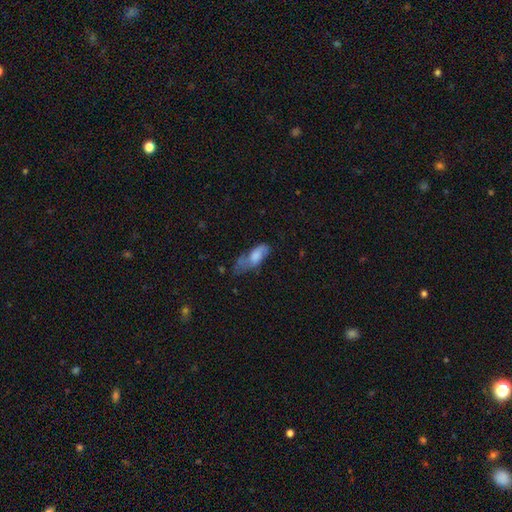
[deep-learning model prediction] This appears to be a smooth galaxy with no disk features (66%) that is in between round and cigar-shaped (74%). Merging: minor disturbance (34%).